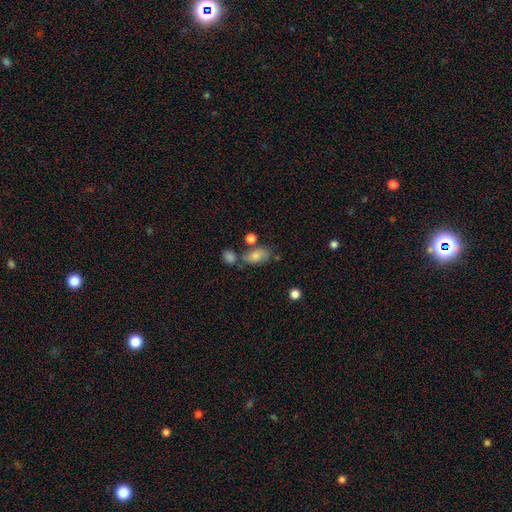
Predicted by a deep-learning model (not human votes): Smooth or featured? Predicted: smooth (p=0.64). How rounded? Predicted: in between (p=0.85). Merging? Predicted: none (p=0.50).